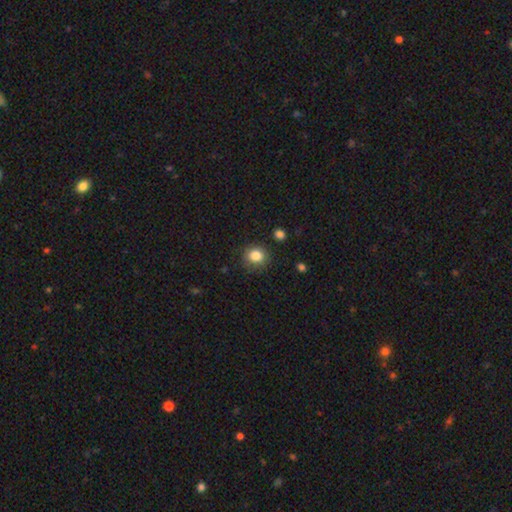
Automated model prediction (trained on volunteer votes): Morphology: type=smooth (84%); roundness=round (82%); merging=none (82%).